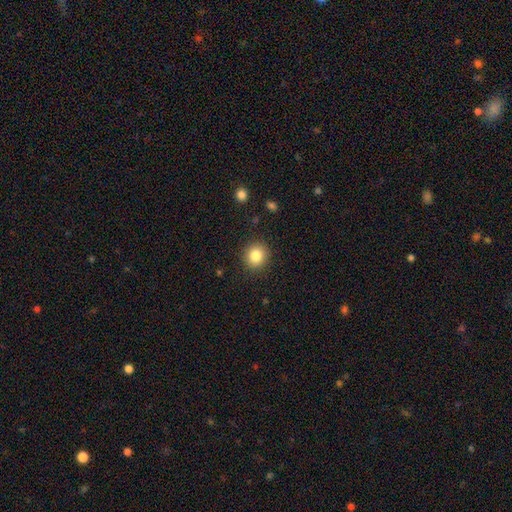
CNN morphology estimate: A smooth galaxy with no disk features (83%) that is round (85%).

Vote fractions:
- Smooth or featured? smooth: 83% / star or artifact: 10% / featured or disk: 7%
- How rounded? round: 85% / in between: 14% / cigar-shaped: 1%
- Merging? none: 90% / minor disturbance: 7% / major disturbance: 2% / merger: 1%